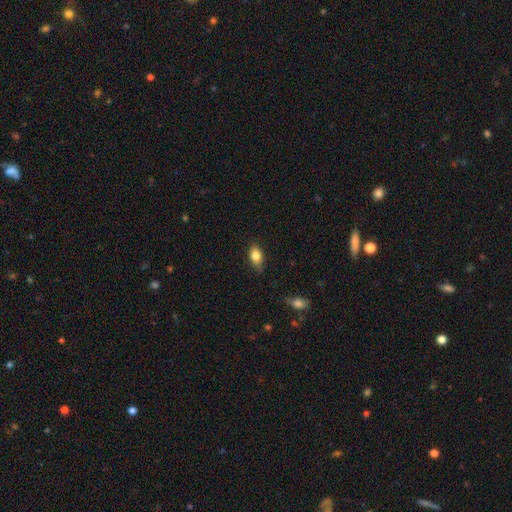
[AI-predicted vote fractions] A smooth galaxy with no disk features (80%) that is in between round and cigar-shaped (83%).

Vote fractions:
- Smooth or featured? smooth: 80% / featured or disk: 12% / star or artifact: 8%
- How rounded? in between: 83% / round: 11% / cigar-shaped: 6%
- Merging? none: 72% / minor disturbance: 22% / major disturbance: 4% / merger: 1%